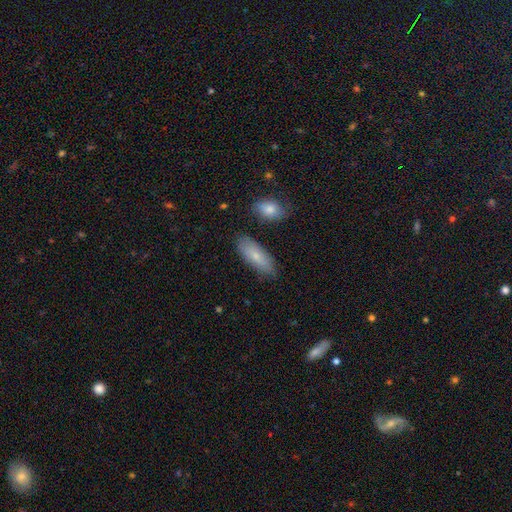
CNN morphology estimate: Smooth or featured: smooth — 76% (featured or disk — 18%)
How rounded: in between — 72% (cigar-shaped — 25%)
Merging: none — 80% (minor disturbance — 13%)